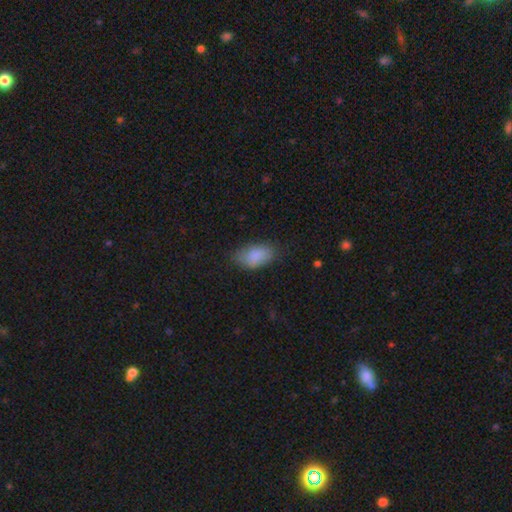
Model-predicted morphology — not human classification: smooth_or_featured: smooth (p=0.86) [alt: star or artifact p=0.07]
how_rounded: in between (p=0.93) [alt: round p=0.05]
merging: none (p=0.71) [alt: minor disturbance p=0.22]